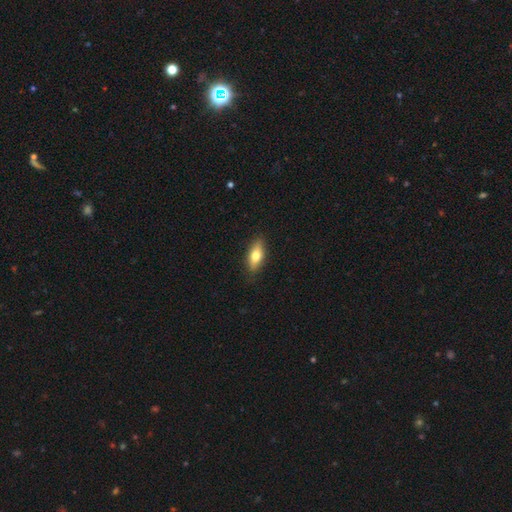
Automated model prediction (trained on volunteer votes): A smooth galaxy with no disk features (73%) that is in between round and cigar-shaped (77%). Merging: none (87%).